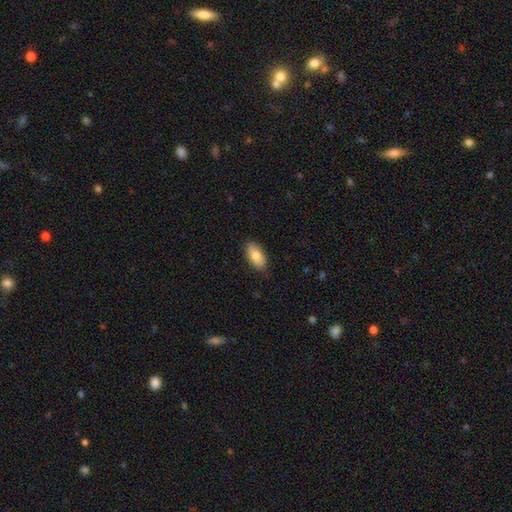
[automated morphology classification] Q: Smooth or featured?
A: smooth (80%); runner-up: featured or disk (14%)
Q: How rounded?
A: in between (92%); runner-up: cigar-shaped (5%)
Q: Merging?
A: none (86%); runner-up: minor disturbance (11%)